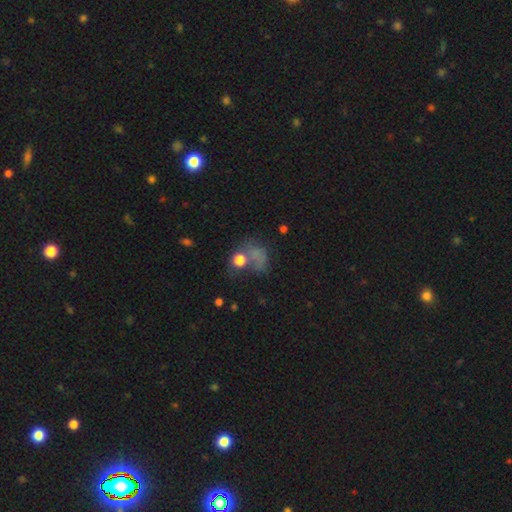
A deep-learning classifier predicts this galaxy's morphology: Smooth or featured? Predicted: smooth (p=0.55). How rounded? Predicted: round (p=0.52). Merging? Predicted: none (p=0.33).